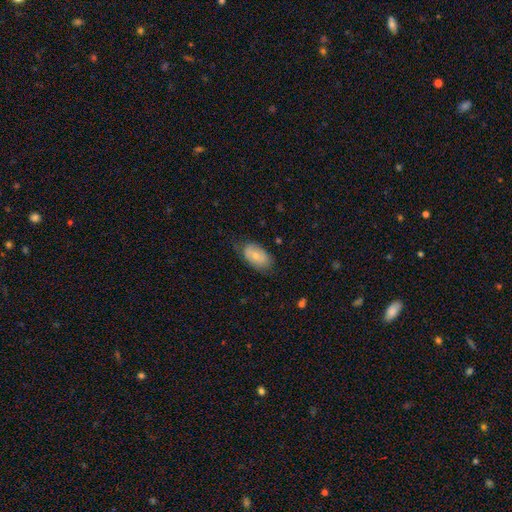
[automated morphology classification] A smooth galaxy with no disk features (67%) that is in between round and cigar-shaped (92%). Merging: none (69%).